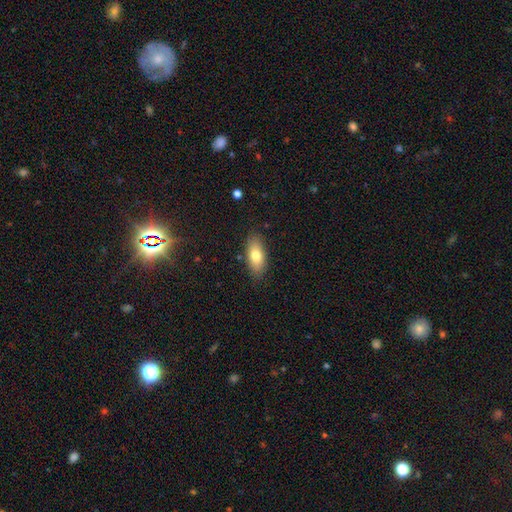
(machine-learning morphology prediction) Q: Smooth or featured?
A: smooth (74%); runner-up: featured or disk (19%)
Q: How rounded?
A: in between (83%); runner-up: cigar-shaped (13%)
Q: Merging?
A: none (84%); runner-up: minor disturbance (12%)